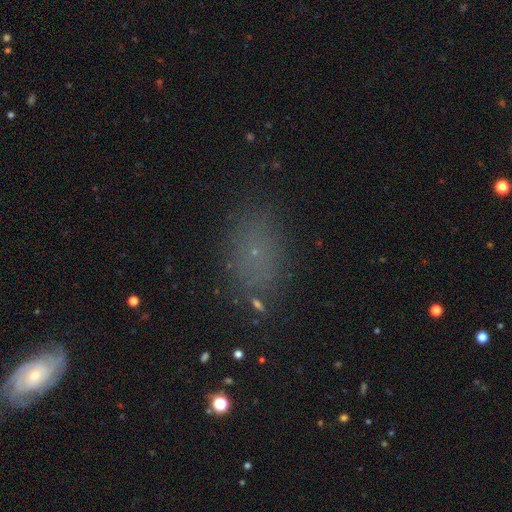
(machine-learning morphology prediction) A smooth galaxy with no disk features (63%) that is in between round and cigar-shaped (82%).

Vote fractions:
- Smooth or featured? smooth: 63% / star or artifact: 25% / featured or disk: 12%
- How rounded? in between: 82% / round: 15% / cigar-shaped: 3%
- Merging? none: 80% / minor disturbance: 12% / major disturbance: 5% / merger: 3%